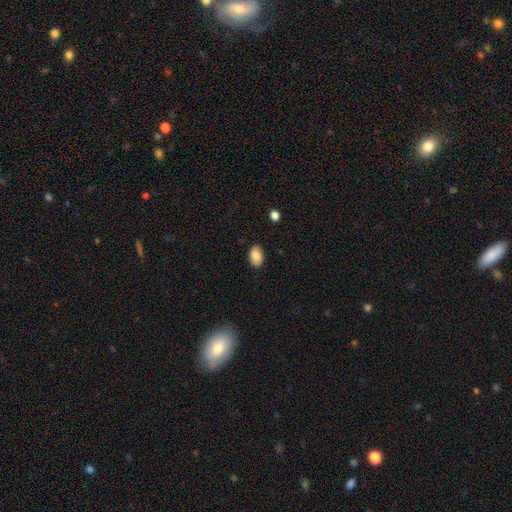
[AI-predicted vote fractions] The model was most divided on "merging": none: 87%, minor disturbance: 10%, major disturbance: 2%, merger: 1%. More confident: how rounded — in between (90%); smooth or featured — smooth (87%).